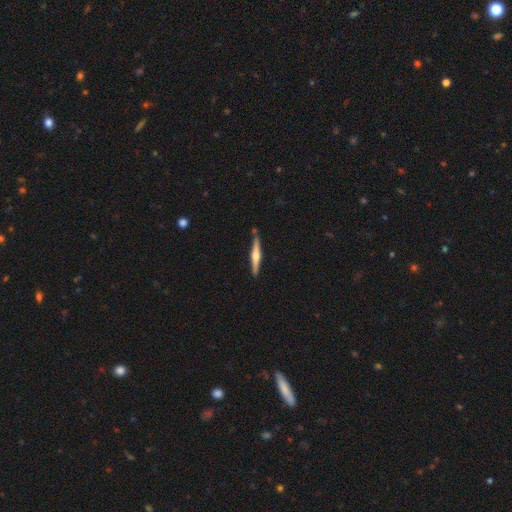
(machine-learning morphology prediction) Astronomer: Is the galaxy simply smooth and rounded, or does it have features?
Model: featured or disk — 62%.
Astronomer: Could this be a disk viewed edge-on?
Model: yes — 98%.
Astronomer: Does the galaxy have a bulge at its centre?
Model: rounded — 82%.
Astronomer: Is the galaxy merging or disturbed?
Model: none — 84%.